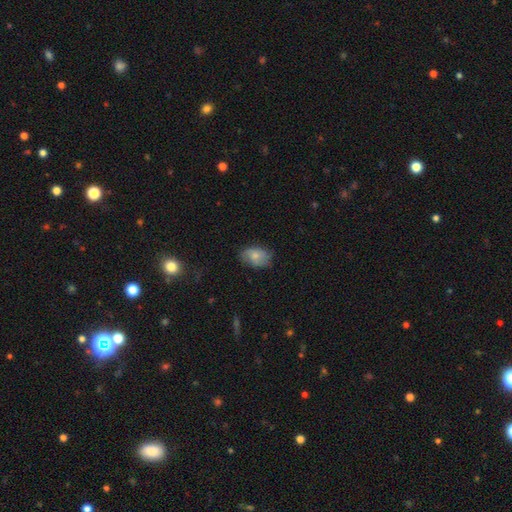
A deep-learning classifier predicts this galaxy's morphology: smooth-or-featured: smooth: 69% | featured or disk: 23% | star or artifact: 8%
  how-rounded: in between: 85% | round: 14% | cigar-shaped: 1%
  merging: none: 70% | minor disturbance: 23% | major disturbance: 5% | merger: 1%